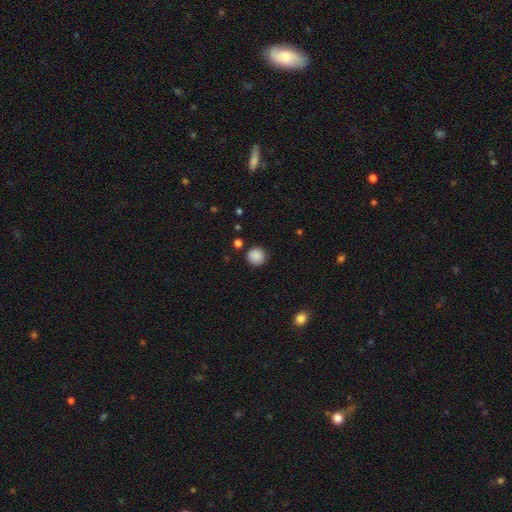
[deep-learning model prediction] A smooth galaxy with no disk features (87%) that is round (94%).

Vote fractions:
- Smooth or featured? smooth: 87% / star or artifact: 9% / featured or disk: 3%
- How rounded? round: 94% / in between: 6% / cigar-shaped: 1%
- Merging? none: 87% / minor disturbance: 9% / merger: 2% / major disturbance: 2%